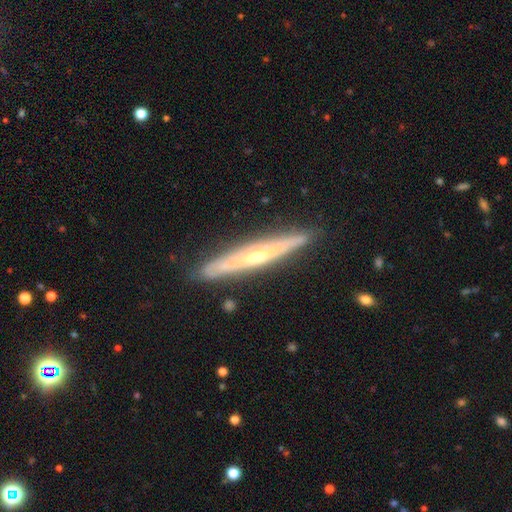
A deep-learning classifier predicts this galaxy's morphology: type=featured or disk (71%); edge-on=yes (91%); edge-on bulge=rounded (73%); merging=none (86%).